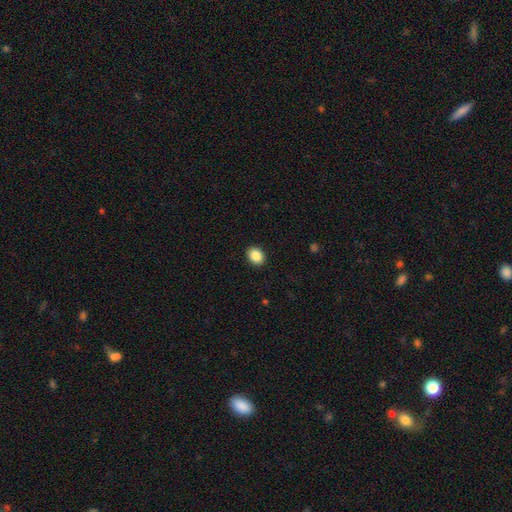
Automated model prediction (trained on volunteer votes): Q: Smooth or featured?
A: smooth (88%); runner-up: star or artifact (9%)
Q: How rounded?
A: in between (50%); runner-up: round (49%)
Q: Merging?
A: none (91%); runner-up: minor disturbance (6%)